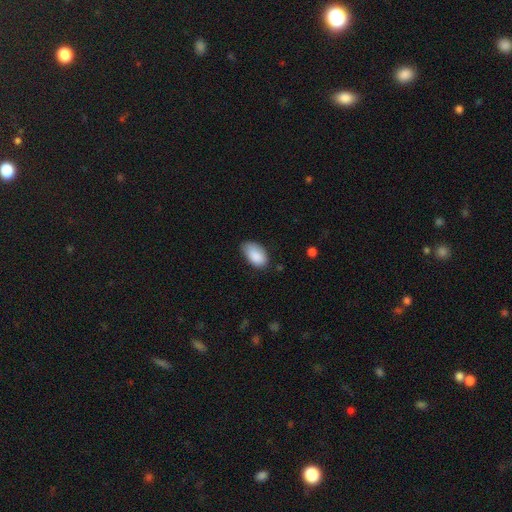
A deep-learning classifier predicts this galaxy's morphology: Smooth or featured: smooth — 88% (star or artifact — 7%)
How rounded: in between — 95% (round — 4%)
Merging: none — 63% (minor disturbance — 31%)